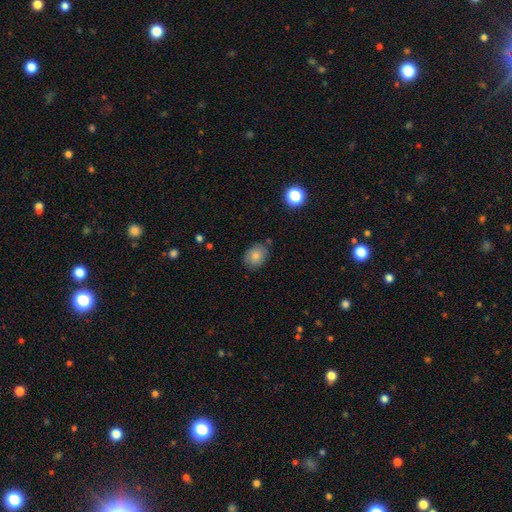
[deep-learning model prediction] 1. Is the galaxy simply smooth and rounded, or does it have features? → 82% smooth, 10% featured or disk, 9% star or artifact.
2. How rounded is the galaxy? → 69% in between, 30% round, 1% cigar-shaped.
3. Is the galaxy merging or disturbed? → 79% none, 15% minor disturbance, 3% major disturbance, 3% merger.